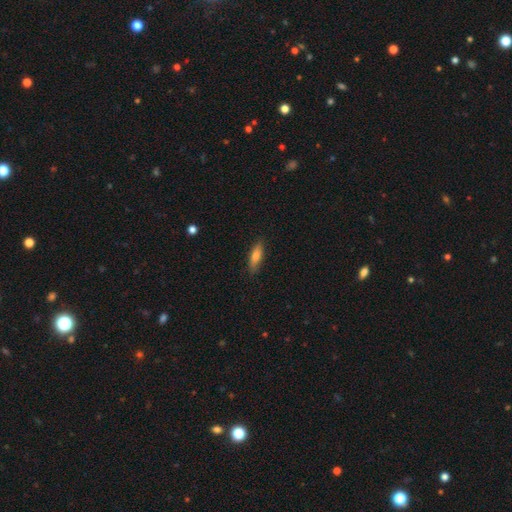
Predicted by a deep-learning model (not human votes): Smooth or featured?
  - smooth: 70% *
  - featured or disk: 22%
  - star or artifact: 8%
How rounded?
  - cigar-shaped: 52% *
  - in between: 46%
  - round: 3%
Merging?
  - none: 85% *
  - minor disturbance: 12%
  - major disturbance: 2%
  - merger: 1%